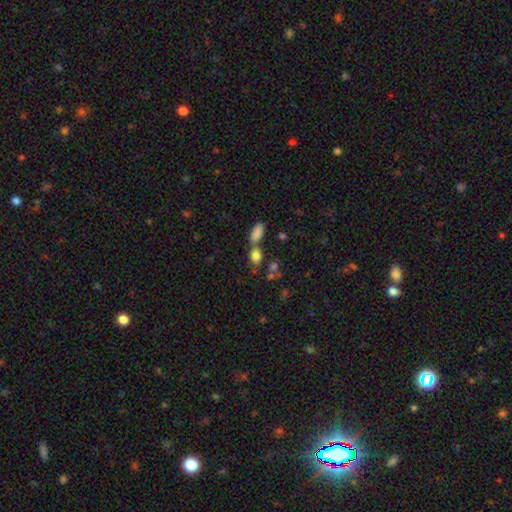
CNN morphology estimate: smooth_or_featured: smooth (p=0.80) [alt: star or artifact p=0.12]
how_rounded: in between (p=0.67) [alt: round p=0.30]
merging: none (p=0.47) [alt: merger p=0.38]